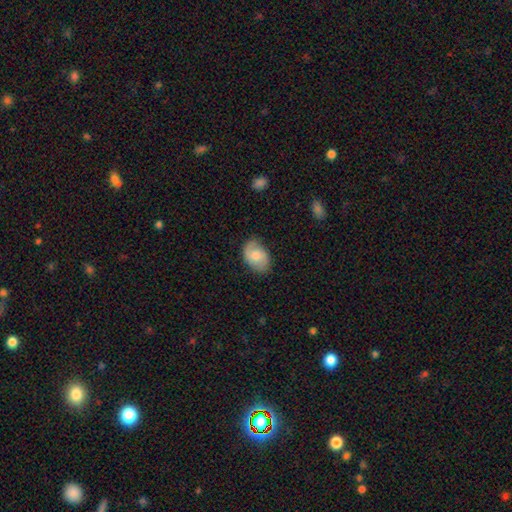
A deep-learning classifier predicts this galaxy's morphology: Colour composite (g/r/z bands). It shows a smooth galaxy with no disk features (59%) that is in between round and cigar-shaped (84%). Merging: none (74%).